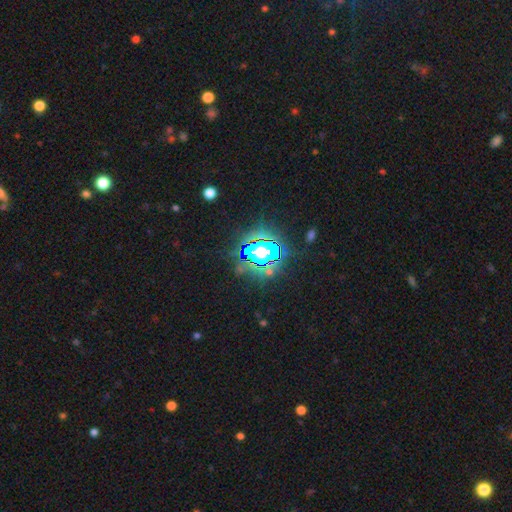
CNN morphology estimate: Smooth or featured? Predicted: star or artifact (p=0.80).